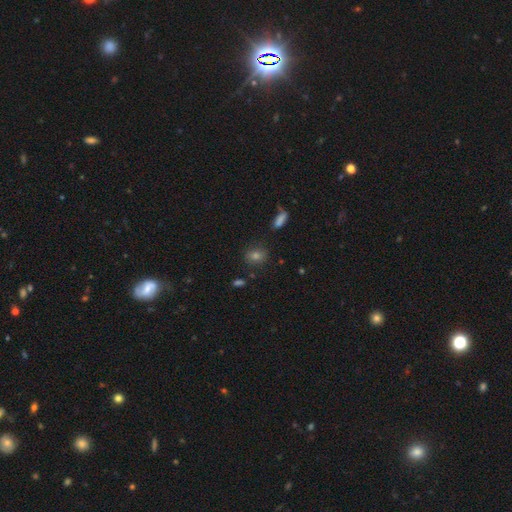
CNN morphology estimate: type=smooth (71%); roundness=round (60%); merging=none (82%).